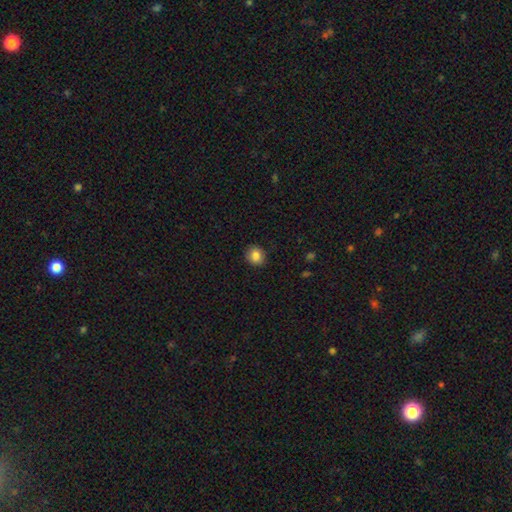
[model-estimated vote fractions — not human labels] A smooth galaxy with no disk features (85%) that is round (82%).

Vote fractions:
- Smooth or featured? smooth: 85% / star or artifact: 10% / featured or disk: 5%
- How rounded? round: 82% / in between: 17% / cigar-shaped: 1%
- Merging? none: 89% / minor disturbance: 8% / major disturbance: 2% / merger: 1%